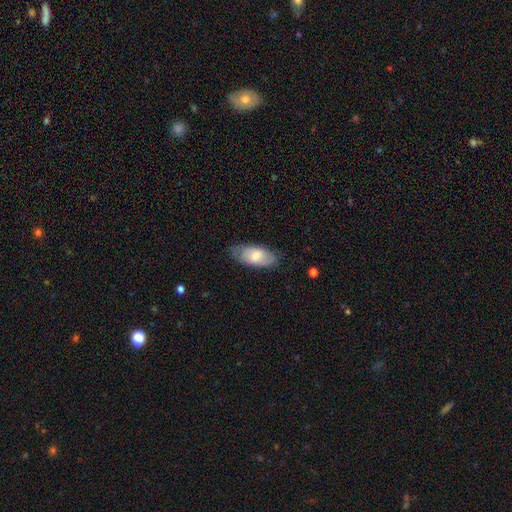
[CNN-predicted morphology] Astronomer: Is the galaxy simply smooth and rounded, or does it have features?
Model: smooth — 71%.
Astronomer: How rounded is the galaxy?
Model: in between — 90%.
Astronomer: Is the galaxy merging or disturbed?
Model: none — 73%.